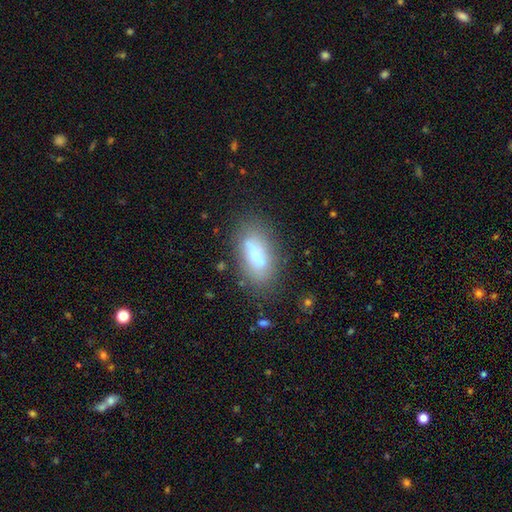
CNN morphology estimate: smooth 56%, featured or disk 34%, star or artifact 10%. Down the decision tree: how rounded — in between (82%); merging — none (74%).